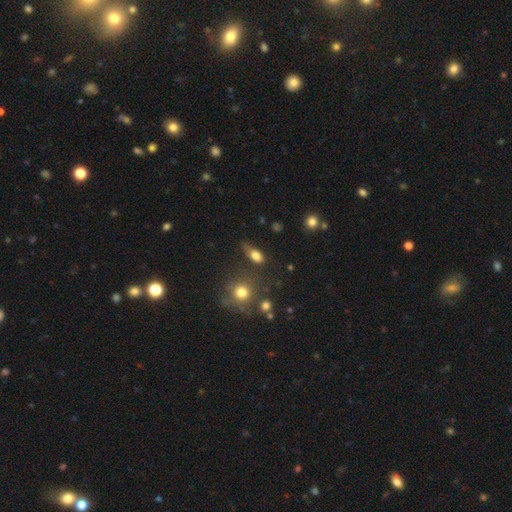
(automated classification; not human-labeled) smooth_or_featured: smooth (p=0.77) [alt: featured or disk p=0.12]
how_rounded: in between (p=0.76) [alt: round p=0.12]
merging: none (p=0.52) [alt: minor disturbance p=0.28]